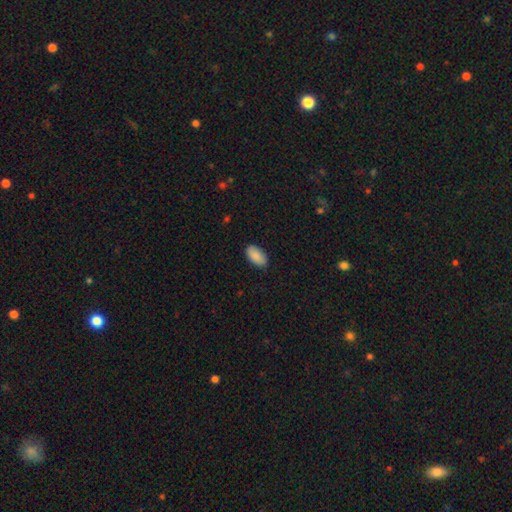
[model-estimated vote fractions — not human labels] smooth_or_featured: smooth (p=0.90) [alt: star or artifact p=0.06]
how_rounded: in between (p=0.95) [alt: round p=0.03]
merging: none (p=0.87) [alt: minor disturbance p=0.10]